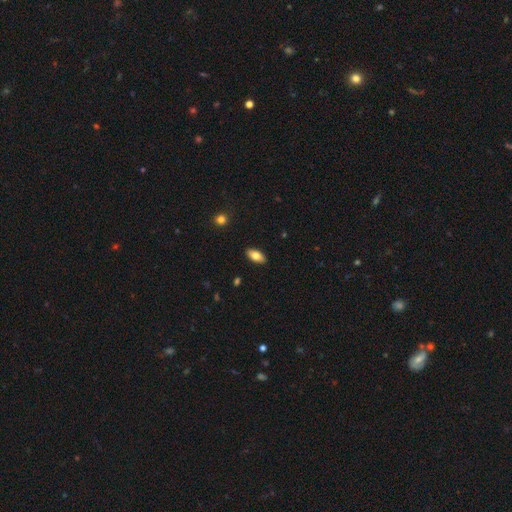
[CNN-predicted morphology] smooth-or-featured: smooth: 78% | featured or disk: 15% | star or artifact: 7%
  how-rounded: in between: 90% | cigar-shaped: 7% | round: 3%
  merging: none: 90% | minor disturbance: 8% | major disturbance: 2% | merger: 1%